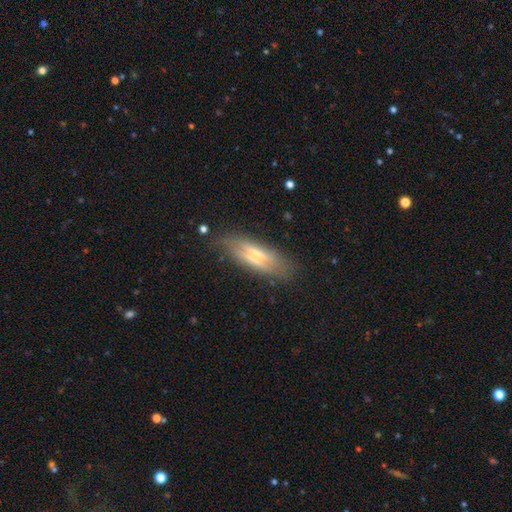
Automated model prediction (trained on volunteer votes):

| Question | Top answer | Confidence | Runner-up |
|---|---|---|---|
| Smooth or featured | featured or disk | 52% | smooth (40%) |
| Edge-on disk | yes | 77% | no (23%) |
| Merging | none | 77% | minor disturbance (16%) |